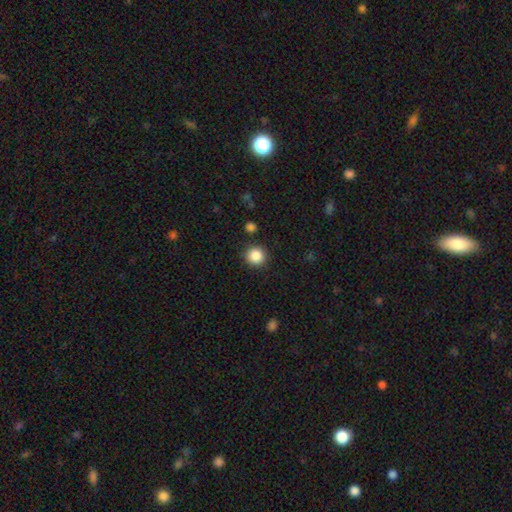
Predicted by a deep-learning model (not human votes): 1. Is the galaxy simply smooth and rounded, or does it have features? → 87% smooth, 10% star or artifact, 4% featured or disk.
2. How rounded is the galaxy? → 93% round, 6% in between, 1% cigar-shaped.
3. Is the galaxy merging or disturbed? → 90% none, 6% minor disturbance, 2% major disturbance, 2% merger.